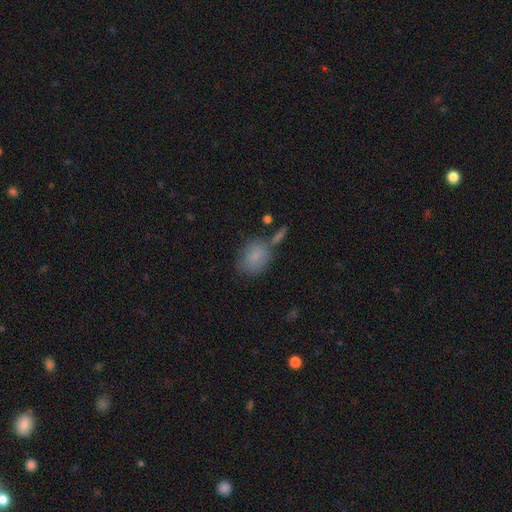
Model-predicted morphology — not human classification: This appears to be a smooth galaxy with no disk features (81%) that is in between round and cigar-shaped (55%). Merging: none (58%).